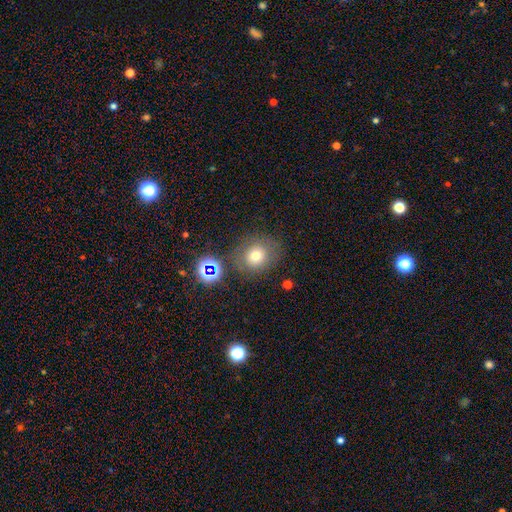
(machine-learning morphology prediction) This is likely a smooth galaxy (69%). How rounded: likely round (75%). Merging: likely none (74%).